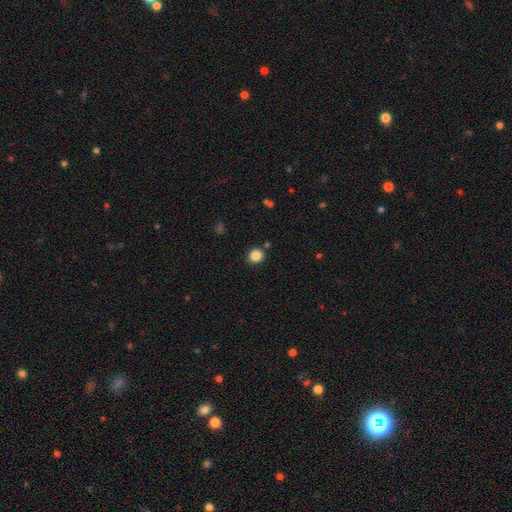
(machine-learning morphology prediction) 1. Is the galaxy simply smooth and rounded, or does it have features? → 85% smooth, 11% star or artifact, 4% featured or disk.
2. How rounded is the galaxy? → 84% round, 15% in between, 1% cigar-shaped.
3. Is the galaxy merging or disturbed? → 87% none, 8% minor disturbance, 3% merger, 2% major disturbance.